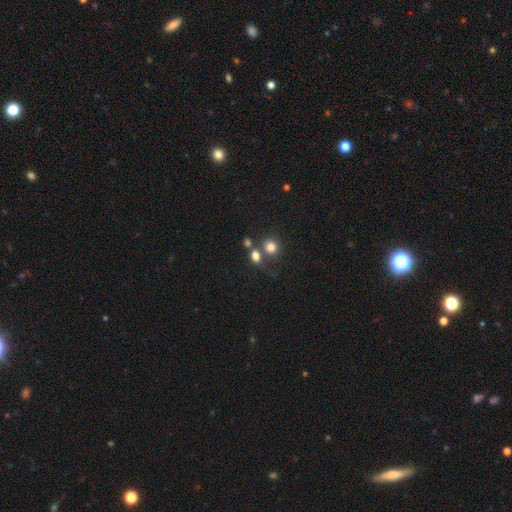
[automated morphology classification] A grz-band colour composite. It shows a smooth galaxy with no disk features (76%) that is round (64%). Merging: none (49%).